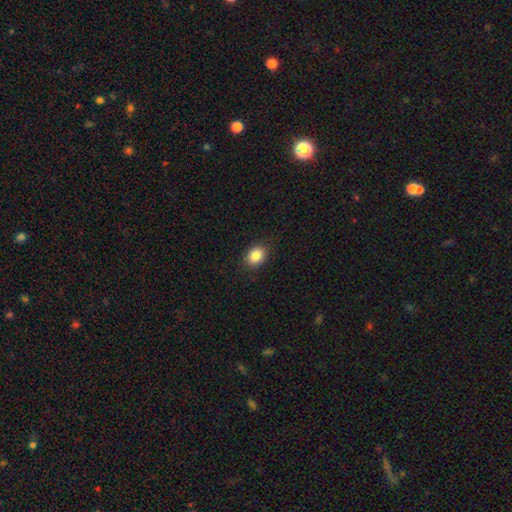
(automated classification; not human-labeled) Morphology: type=smooth (86%); roundness=in between (54%); merging=none (87%).